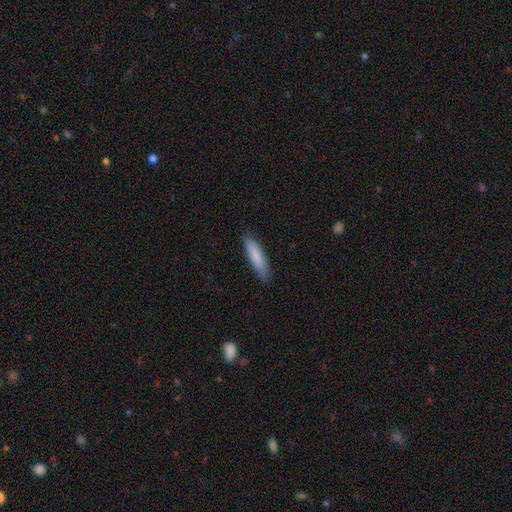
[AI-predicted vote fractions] smooth 81%, featured or disk 14%, star or artifact 6%. Down the decision tree: how rounded — cigar-shaped (78%); merging — none (83%).